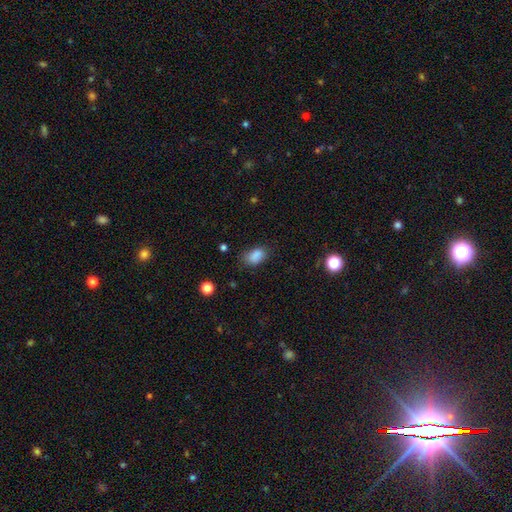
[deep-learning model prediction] Smooth or featured? smooth (86%)
How rounded? in between (86%)
Merging? none (72%)